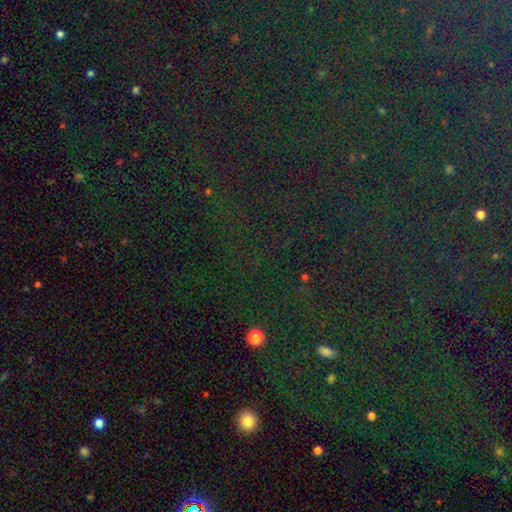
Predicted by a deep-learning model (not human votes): Q: Smooth or featured?
A: star or artifact (81%); runner-up: smooth (11%)